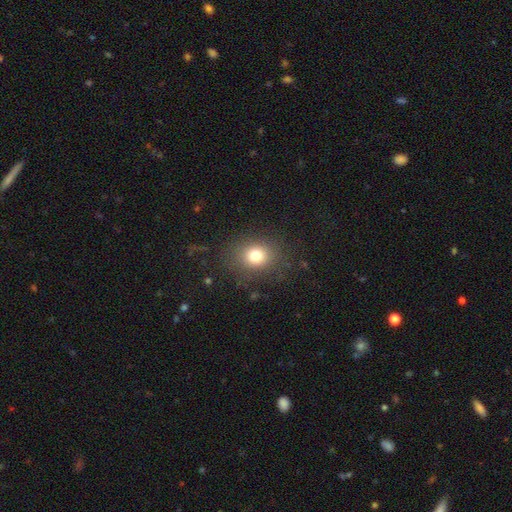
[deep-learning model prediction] This appears to be a smooth galaxy with no disk features (77%) that is round (68%). Merging: none (84%).